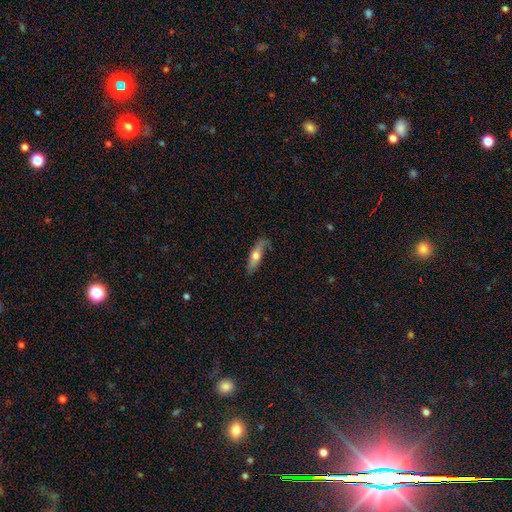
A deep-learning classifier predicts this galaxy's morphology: Overall: smooth (58%; featured or disk 37%). How rounded: cigar-shaped (55%; in between 42%). Merging: none (67%).